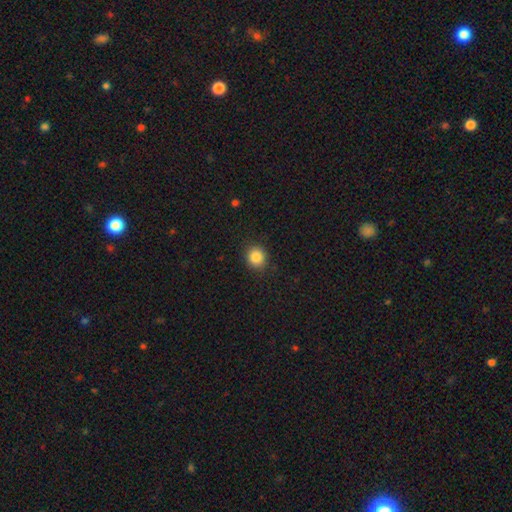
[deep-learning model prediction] The model was most divided on "how rounded": round: 84%, in between: 15%, cigar-shaped: 1%. More confident: merging — none (89%); smooth or featured — smooth (86%).